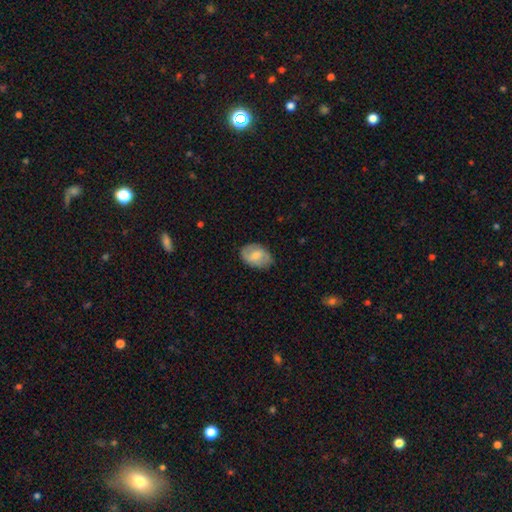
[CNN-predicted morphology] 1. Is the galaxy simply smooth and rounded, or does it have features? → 49% smooth, 44% featured or disk, 7% star or artifact.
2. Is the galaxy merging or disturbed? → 75% none, 19% minor disturbance, 4% major disturbance, 1% merger.